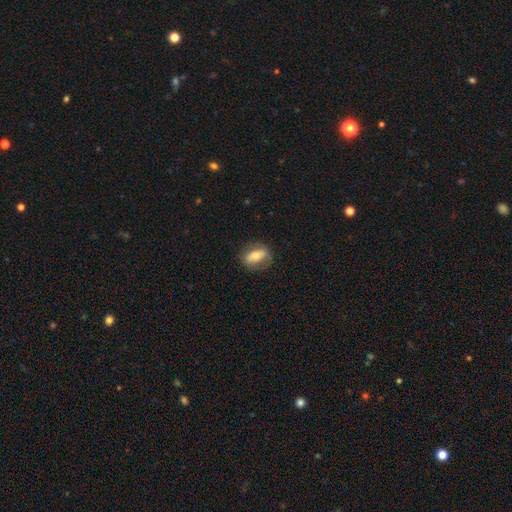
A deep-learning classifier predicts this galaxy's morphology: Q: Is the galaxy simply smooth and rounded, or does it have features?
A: smooth — 53%.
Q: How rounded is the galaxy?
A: in between — 76%.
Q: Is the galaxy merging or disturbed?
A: none — 78%.